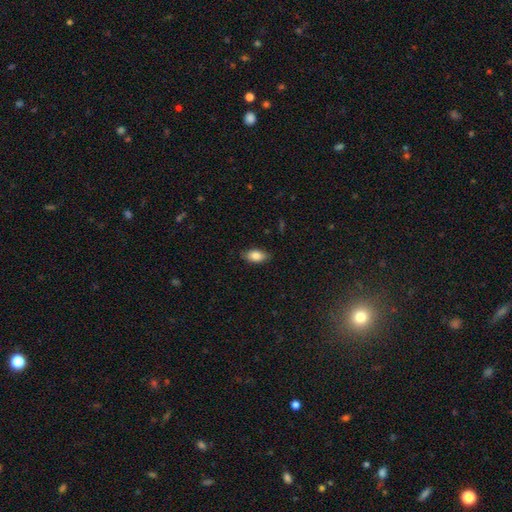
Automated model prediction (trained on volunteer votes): Smooth or featured?
  - smooth: 85% *
  - featured or disk: 8%
  - star or artifact: 7%
How rounded?
  - in between: 91% *
  - cigar-shaped: 5%
  - round: 4%
Merging?
  - none: 84% *
  - minor disturbance: 12%
  - major disturbance: 3%
  - merger: 1%